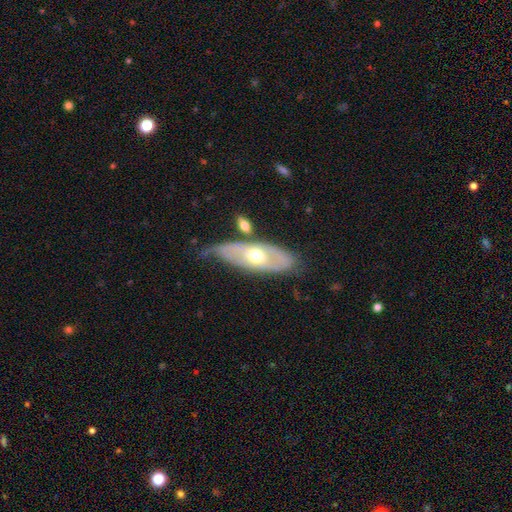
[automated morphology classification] Overall: featured or disk (57%; smooth 38%). Edge-on disk: no (74%). Merging: none (51%; minor disturbance 28%).